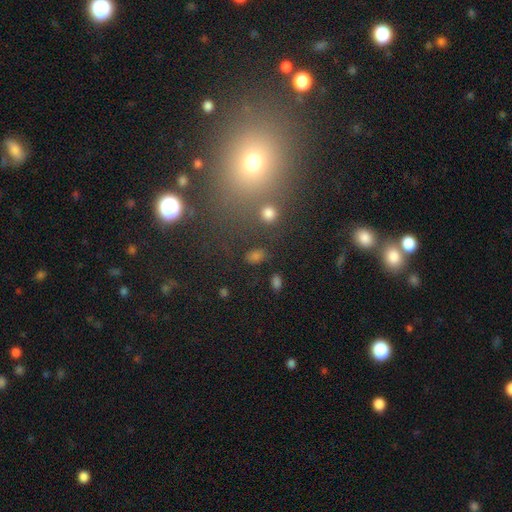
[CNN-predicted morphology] A smooth galaxy with no disk features (61%) that is in between round and cigar-shaped (49%).

Vote fractions:
- Smooth or featured? smooth: 61% / star or artifact: 30% / featured or disk: 9%
- How rounded? in between: 49% / round: 47% / cigar-shaped: 4%
- Merging? none: 78% / minor disturbance: 10% / merger: 7% / major disturbance: 5%